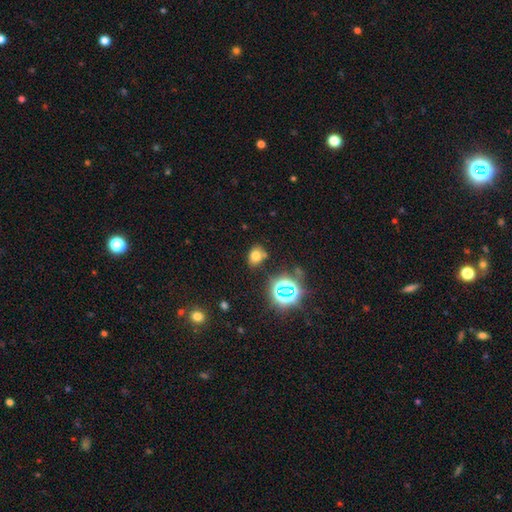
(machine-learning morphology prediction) A smooth galaxy with no disk features (67%) that is in between round and cigar-shaped (57%). Merging: none (71%).